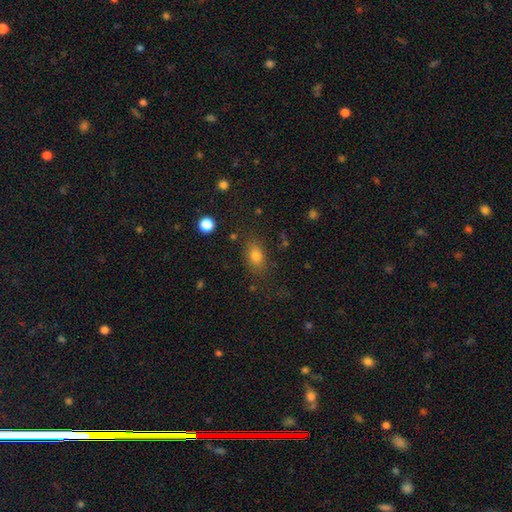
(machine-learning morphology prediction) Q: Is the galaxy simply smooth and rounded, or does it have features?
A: smooth — 77%.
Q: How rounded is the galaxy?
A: in between — 76%.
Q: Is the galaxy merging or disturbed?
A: none — 77%.